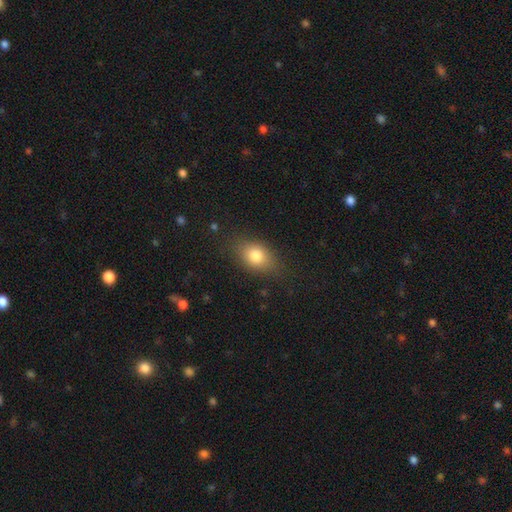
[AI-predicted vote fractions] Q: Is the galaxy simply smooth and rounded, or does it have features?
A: smooth — 80%.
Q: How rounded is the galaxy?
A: in between — 73%.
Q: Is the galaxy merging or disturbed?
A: none — 79%.